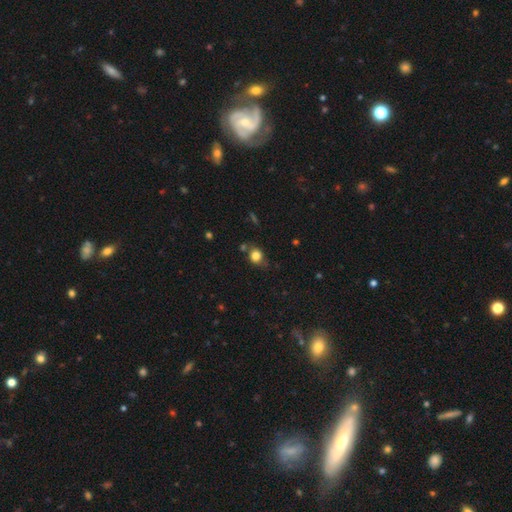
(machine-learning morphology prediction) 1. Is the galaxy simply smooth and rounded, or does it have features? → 81% smooth, 12% star or artifact, 7% featured or disk.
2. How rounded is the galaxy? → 71% round, 28% in between, 1% cigar-shaped.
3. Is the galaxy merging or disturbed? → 69% none, 18% minor disturbance, 8% merger, 5% major disturbance.